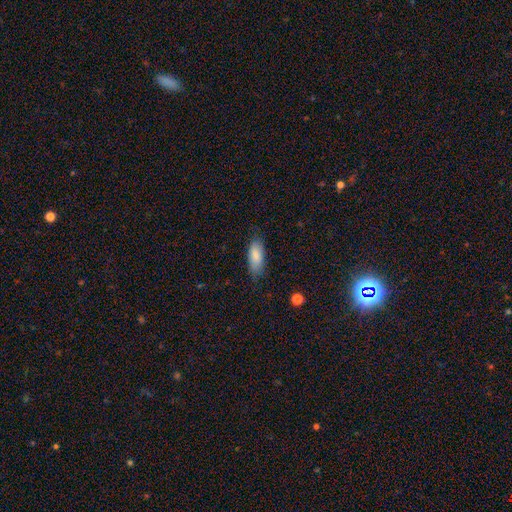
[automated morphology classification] smooth-or-featured: smooth: 84% | featured or disk: 10% | star or artifact: 6%
  how-rounded: in between: 79% | cigar-shaped: 19% | round: 2%
  merging: none: 78% | minor disturbance: 17% | major disturbance: 4% | merger: 1%